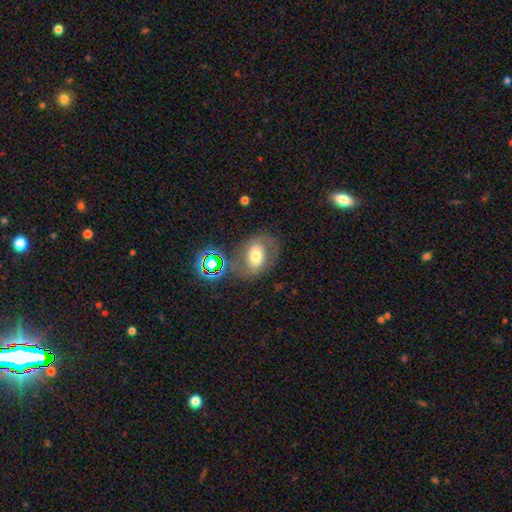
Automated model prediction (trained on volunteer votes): Smooth or featured? featured or disk (46%)
Merging? none (61%)